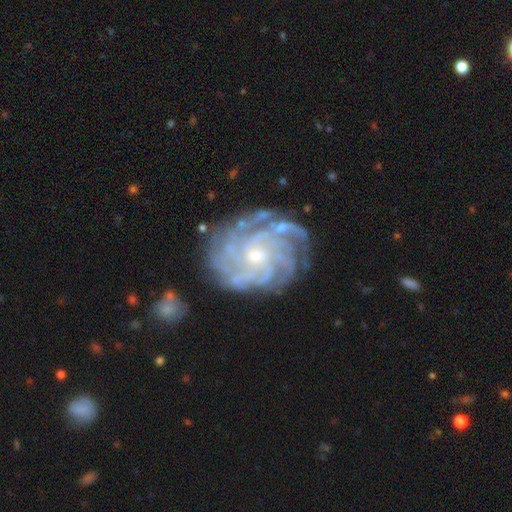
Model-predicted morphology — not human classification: Smooth or featured?
  - featured or disk: 88% *
  - star or artifact: 6%
  - smooth: 5%
Edge-on disk?
  - no: 98% *
  - yes: 2%
Bar?
  - no: 68% *
  - weak: 26%
  - strong: 6%
Spiral arms?
  - yes: 97% *
  - no: 3%
Spiral winding?
  - tight: 72% *
  - medium: 23%
  - loose: 5%
Spiral arm count?
  - more than 4: 31% *
  - 4: 25%
  - can't tell: 20%
  - 3: 10%
  - 2: 7%
  - 1: 7%
Bulge size?
  - small: 67% *
  - moderate: 29%
  - none: 2%
  - large: 2%
  - dominant: 1%
Merging?
  - none: 75% *
  - minor disturbance: 16%
  - major disturbance: 7%
  - merger: 2%